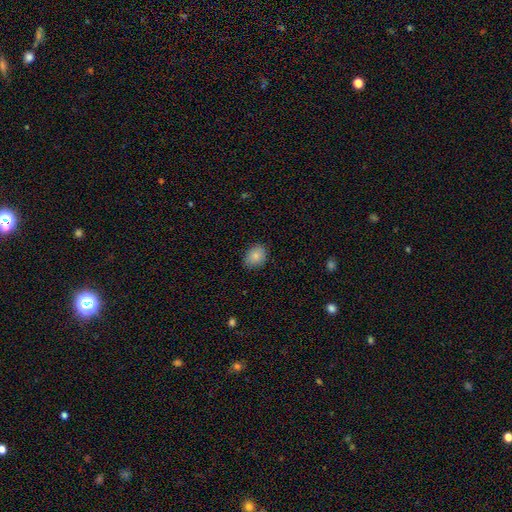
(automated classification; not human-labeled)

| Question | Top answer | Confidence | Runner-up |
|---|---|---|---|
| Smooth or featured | smooth | 85% | star or artifact (8%) |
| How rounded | in between | 59% | round (41%) |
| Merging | none | 84% | minor disturbance (13%) |